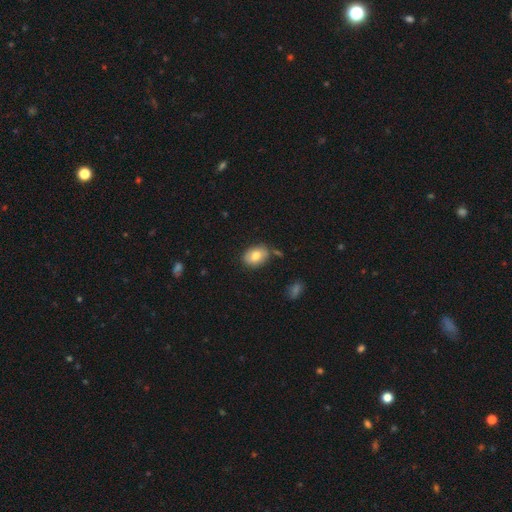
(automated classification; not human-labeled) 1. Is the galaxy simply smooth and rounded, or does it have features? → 79% smooth, 13% featured or disk, 8% star or artifact.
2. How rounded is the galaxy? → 79% in between, 19% round, 1% cigar-shaped.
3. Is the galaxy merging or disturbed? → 76% none, 16% minor disturbance, 5% merger, 3% major disturbance.